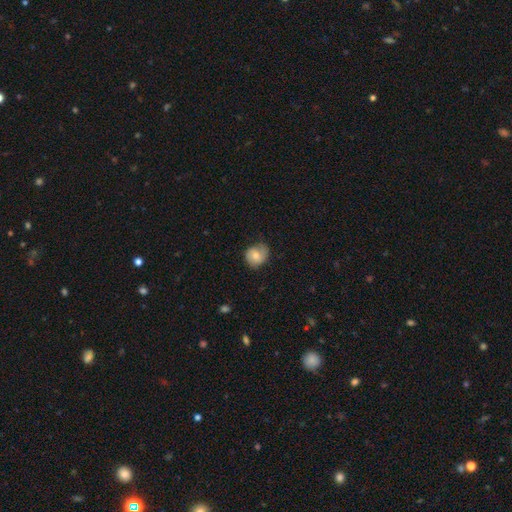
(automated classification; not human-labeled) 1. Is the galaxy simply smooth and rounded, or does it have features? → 64% smooth, 28% featured or disk, 7% star or artifact.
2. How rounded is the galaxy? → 70% round, 29% in between, 1% cigar-shaped.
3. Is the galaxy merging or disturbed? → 59% none, 30% minor disturbance, 10% major disturbance, 1% merger.